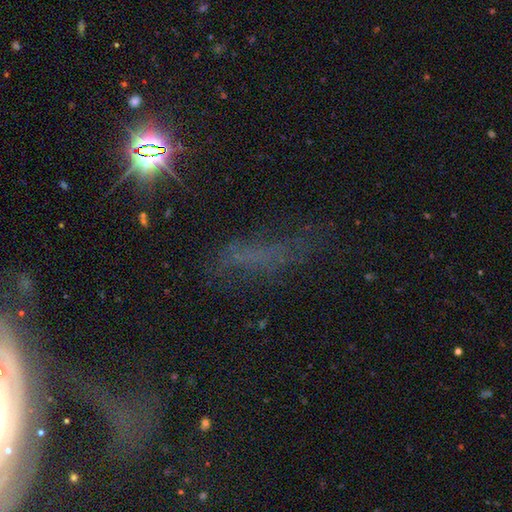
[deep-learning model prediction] The model was most divided on "smooth or featured": star or artifact: 36%, featured or disk: 33%, smooth: 31%.